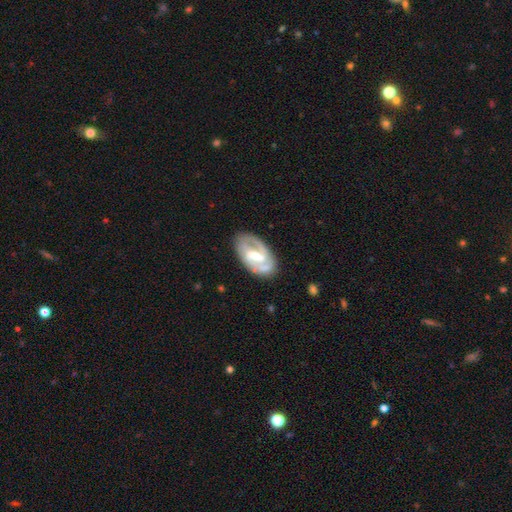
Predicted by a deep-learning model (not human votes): Smooth or featured? Predicted: featured or disk (p=0.80). Edge-on disk? Predicted: no (p=0.95). Bar? Predicted: weak (p=0.43). Spiral arms? Predicted: yes (p=0.85). Spiral winding? Predicted: medium (p=0.42). Spiral arm count? Predicted: 2 (p=0.71). Bulge size? Predicted: moderate (p=0.55). Merging? Predicted: none (p=0.75).